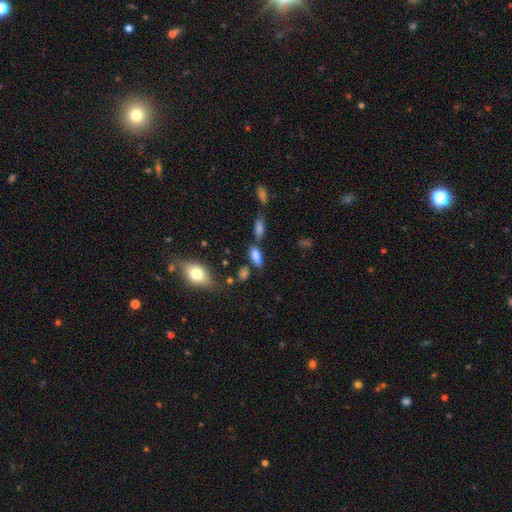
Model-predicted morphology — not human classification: This appears to be a smooth galaxy with no disk features (80%) that is in between round and cigar-shaped (76%). Merging: none (62%).